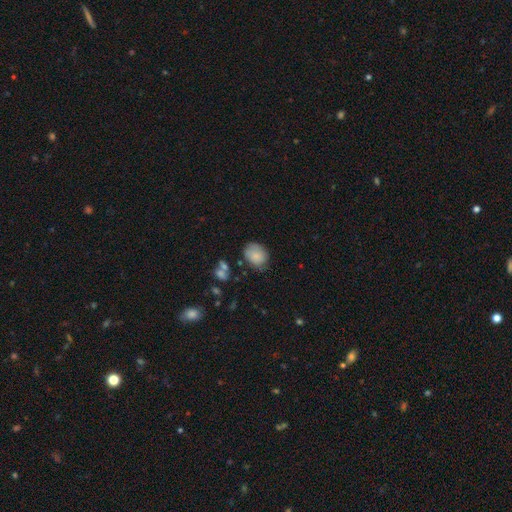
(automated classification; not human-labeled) smooth_or_featured: smooth (p=0.79) [alt: featured or disk p=0.13]
how_rounded: in between (p=0.61) [alt: round p=0.38]
merging: none (p=0.59) [alt: minor disturbance p=0.30]